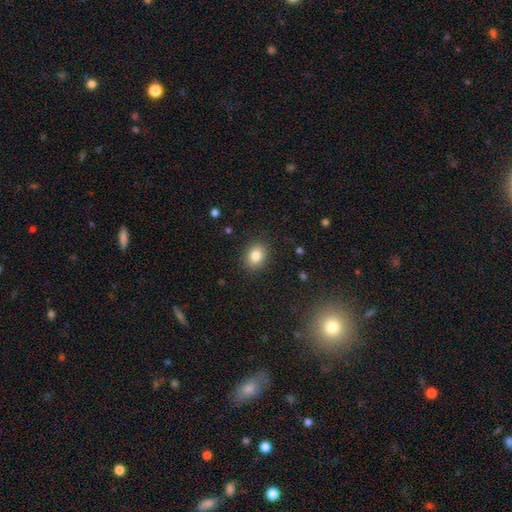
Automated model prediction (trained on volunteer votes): Overall: smooth (83%). How rounded: in between (52%; round 47%). Merging: none (88%).